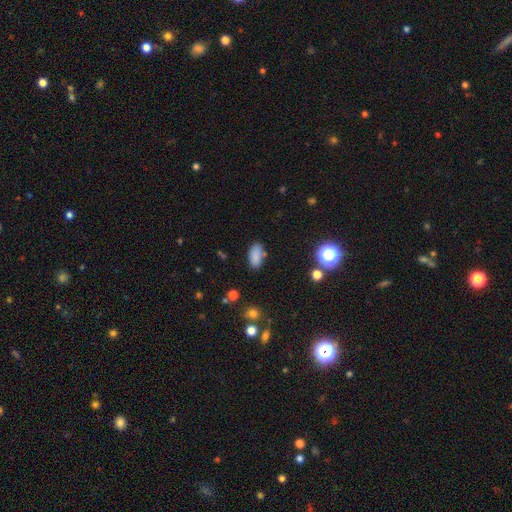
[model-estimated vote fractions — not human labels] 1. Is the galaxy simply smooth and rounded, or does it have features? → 84% smooth, 11% star or artifact, 5% featured or disk.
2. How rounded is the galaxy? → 91% in between, 5% cigar-shaped, 4% round.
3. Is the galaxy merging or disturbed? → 80% none, 13% minor disturbance, 4% merger, 3% major disturbance.